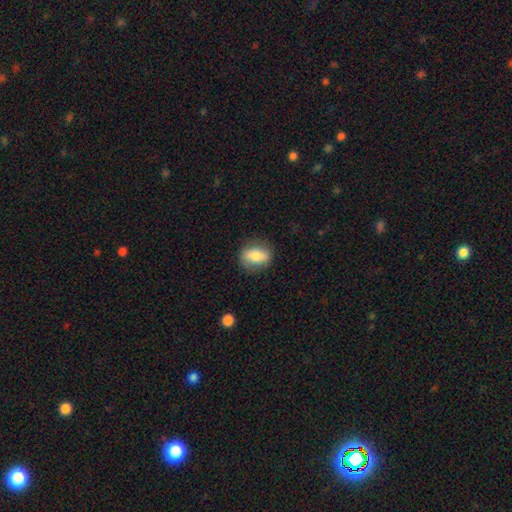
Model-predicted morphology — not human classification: A smooth galaxy with no disk features (76%) that is in between round and cigar-shaped (71%). Merging: none (82%).